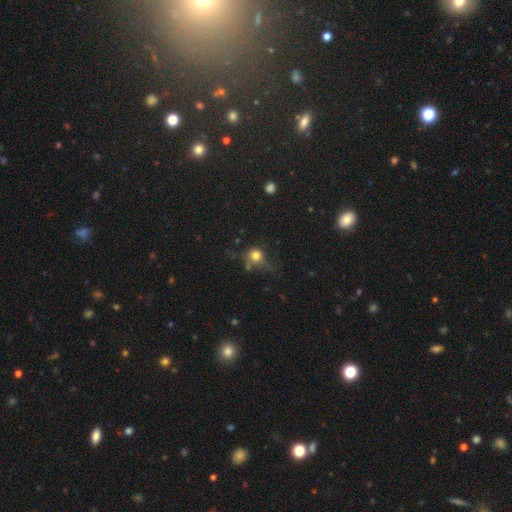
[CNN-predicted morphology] smooth-or-featured: smooth: 74% | star or artifact: 14% | featured or disk: 11%
  how-rounded: round: 85% | in between: 14% | cigar-shaped: 1%
  merging: none: 50% | minor disturbance: 25% | major disturbance: 18% | merger: 7%